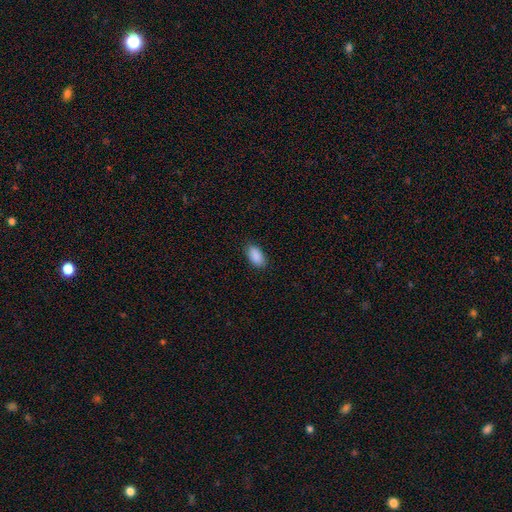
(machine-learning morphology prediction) type=smooth (90%); roundness=in between (93%); merging=none (86%).